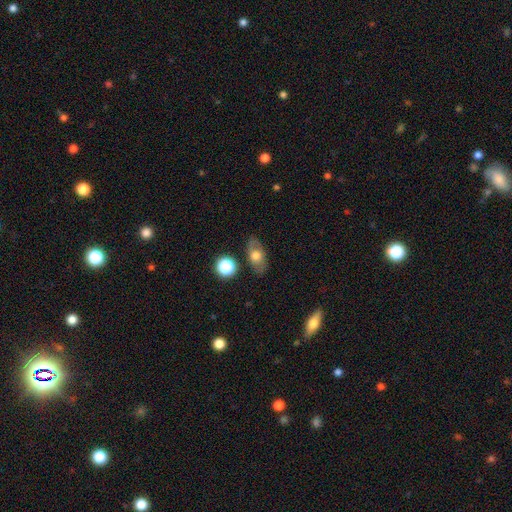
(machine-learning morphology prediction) Smooth or featured? Predicted: smooth (p=0.55). How rounded? Predicted: in between (p=0.80). Merging? Predicted: none (p=0.81).